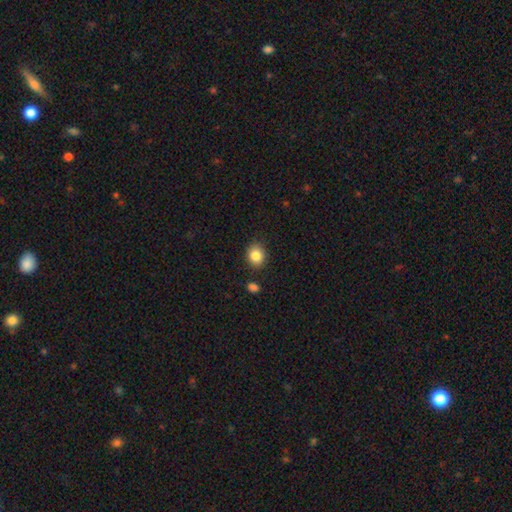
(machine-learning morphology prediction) The model was most divided on "how rounded": round: 66%, in between: 33%, cigar-shaped: 1%. More confident: merging — none (85%); smooth or featured — smooth (85%).